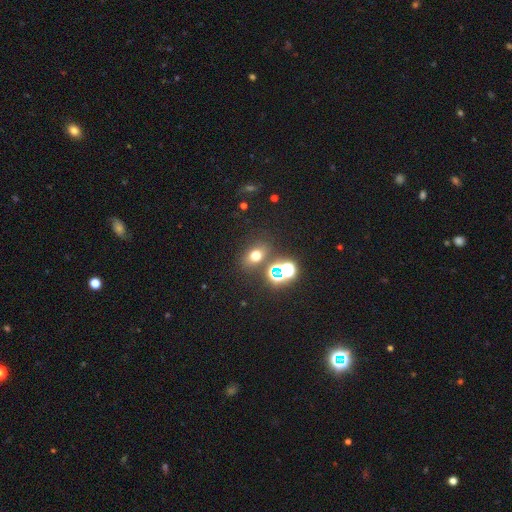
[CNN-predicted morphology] A smooth galaxy with no disk features (60%) that is in between round and cigar-shaped (57%).

Vote fractions:
- Smooth or featured? smooth: 60% / star or artifact: 30% / featured or disk: 11%
- How rounded? in between: 57% / round: 41% / cigar-shaped: 2%
- Merging? none: 76% / minor disturbance: 10% / merger: 10% / major disturbance: 4%